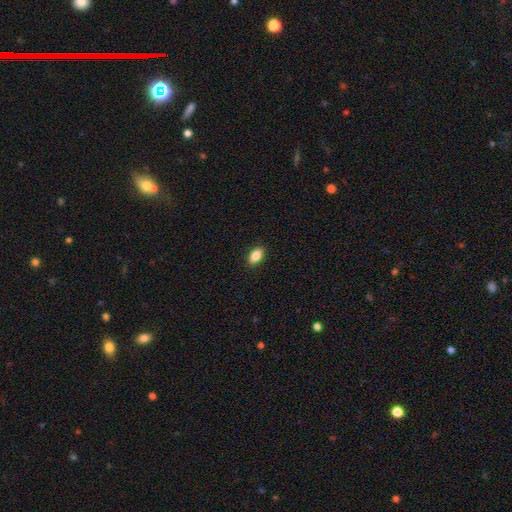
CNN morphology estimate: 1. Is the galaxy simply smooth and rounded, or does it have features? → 84% smooth, 8% star or artifact, 8% featured or disk.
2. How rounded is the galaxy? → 89% in between, 6% round, 5% cigar-shaped.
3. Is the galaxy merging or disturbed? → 90% none, 8% minor disturbance, 2% major disturbance, 1% merger.